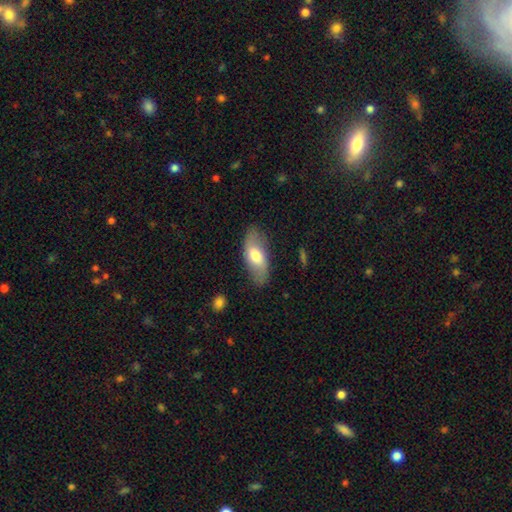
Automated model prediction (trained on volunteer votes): smooth 62%, featured or disk 33%, star or artifact 6%. Down the decision tree: how rounded — in between (85%); merging — none (78%).